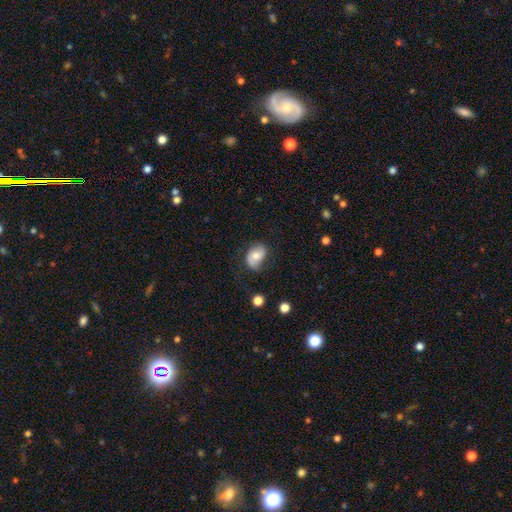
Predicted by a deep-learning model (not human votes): A smooth galaxy with no disk features (61%) that is in between round and cigar-shaped (79%). Merging: none (58%).